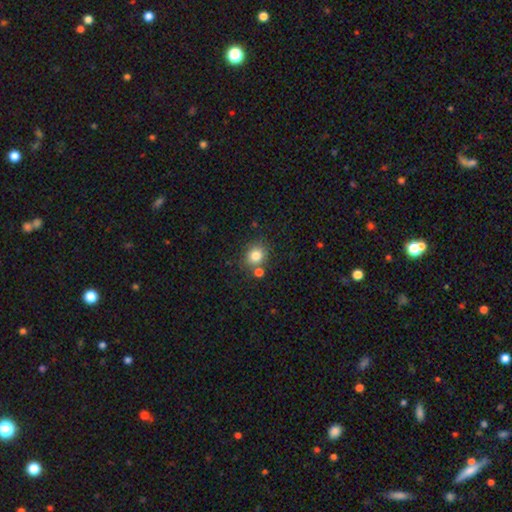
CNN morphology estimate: Smooth or featured? Predicted: smooth (p=0.81). How rounded? Predicted: round (p=0.76). Merging? Predicted: none (p=0.74).